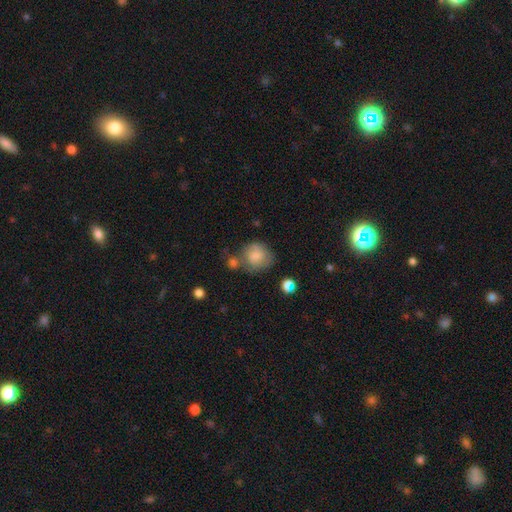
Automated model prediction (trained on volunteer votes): The model was most divided on "merging": none: 51%, minor disturbance: 23%, merger: 15%, major disturbance: 10%. More confident: how rounded — round (78%); smooth or featured — smooth (76%).